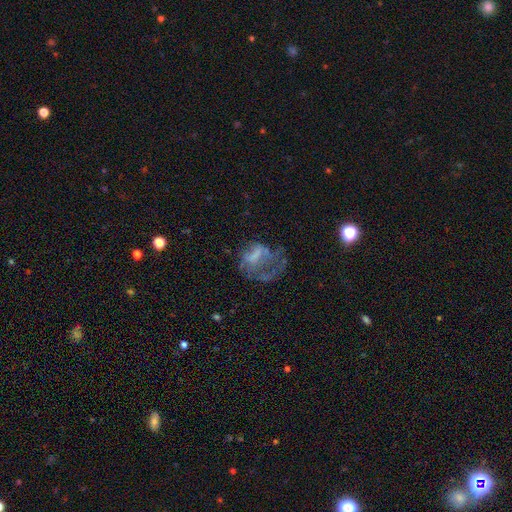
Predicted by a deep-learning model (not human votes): Overall: featured or disk (49%; smooth 34%). Merging: major disturbance (52%; none 26%).